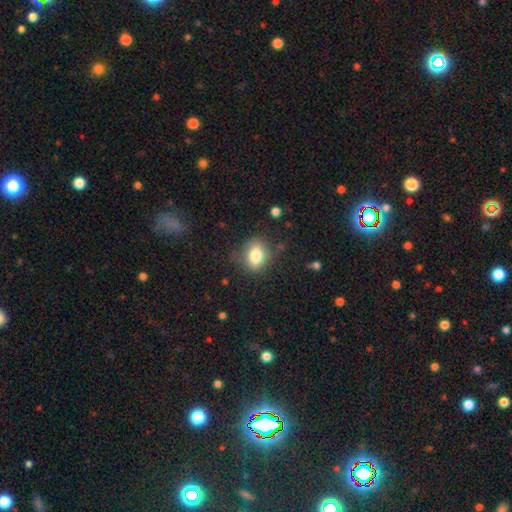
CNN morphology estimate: A smooth galaxy with no disk features (80%) that is in between round and cigar-shaped (60%).

Vote fractions:
- Smooth or featured? smooth: 80% / featured or disk: 11% / star or artifact: 9%
- How rounded? in between: 60% / round: 39% / cigar-shaped: 1%
- Merging? none: 74% / minor disturbance: 18% / major disturbance: 6% / merger: 2%